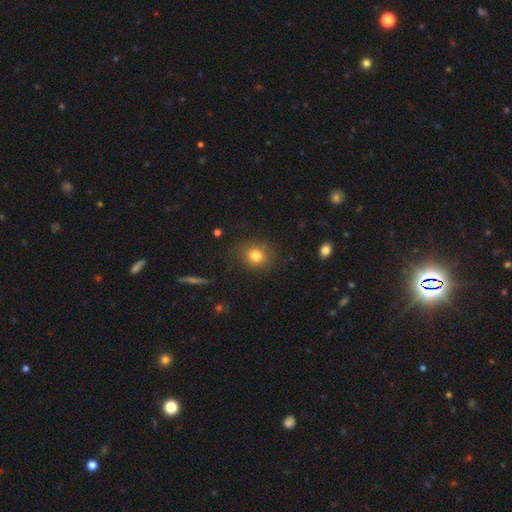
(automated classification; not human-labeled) Q: Smooth or featured?
A: smooth (79%); runner-up: star or artifact (13%)
Q: How rounded?
A: round (80%); runner-up: in between (19%)
Q: Merging?
A: none (82%); runner-up: minor disturbance (12%)